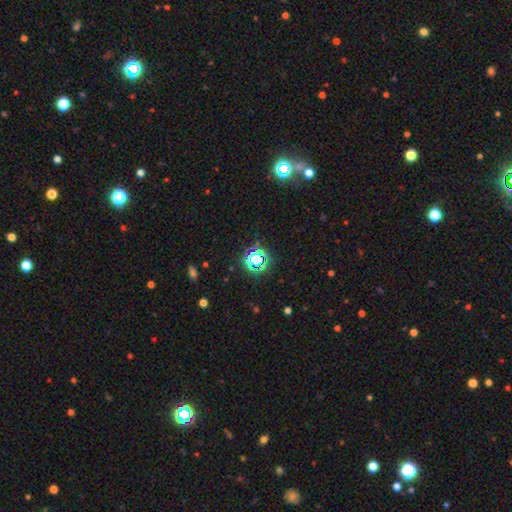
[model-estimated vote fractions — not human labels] A star or artifact, not a galaxy (72%).